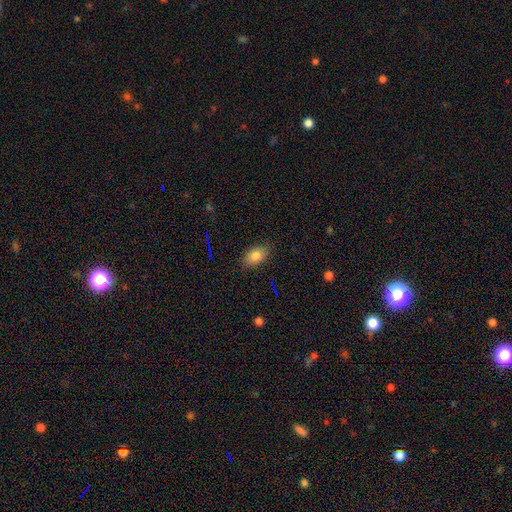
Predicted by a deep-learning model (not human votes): Morphology: type=smooth (82%); roundness=in between (88%); merging=none (84%).